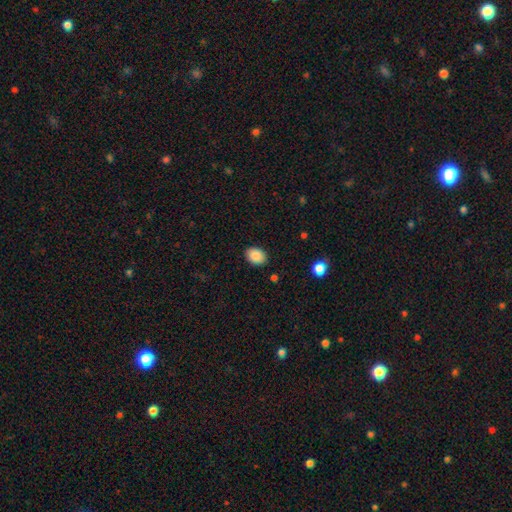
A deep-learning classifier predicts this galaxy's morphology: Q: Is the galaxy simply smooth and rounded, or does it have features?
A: smooth — 89%.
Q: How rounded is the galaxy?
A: in between — 67%.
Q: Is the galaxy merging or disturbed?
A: none — 89%.